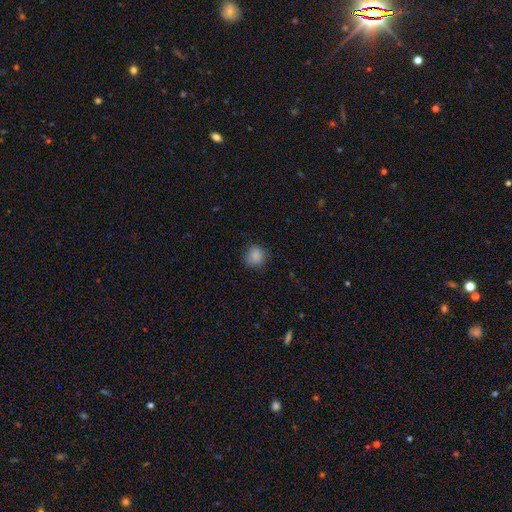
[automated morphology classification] Overall: smooth (86%). How rounded: round (85%). Merging: none (83%).